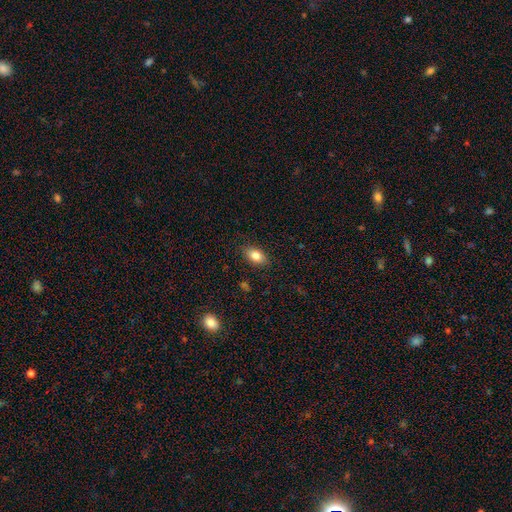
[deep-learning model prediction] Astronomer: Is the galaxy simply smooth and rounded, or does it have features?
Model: smooth — 83%.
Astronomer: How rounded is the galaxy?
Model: in between — 88%.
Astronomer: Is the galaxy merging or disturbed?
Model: none — 86%.